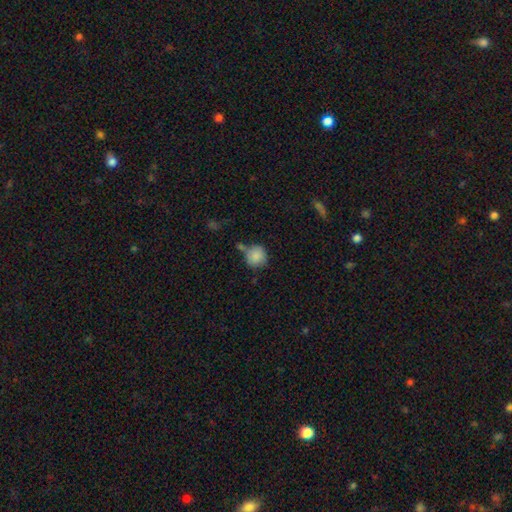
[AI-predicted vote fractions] Q: Smooth or featured?
A: smooth (85%); runner-up: star or artifact (9%)
Q: How rounded?
A: round (90%); runner-up: in between (9%)
Q: Merging?
A: none (63%); runner-up: minor disturbance (17%)